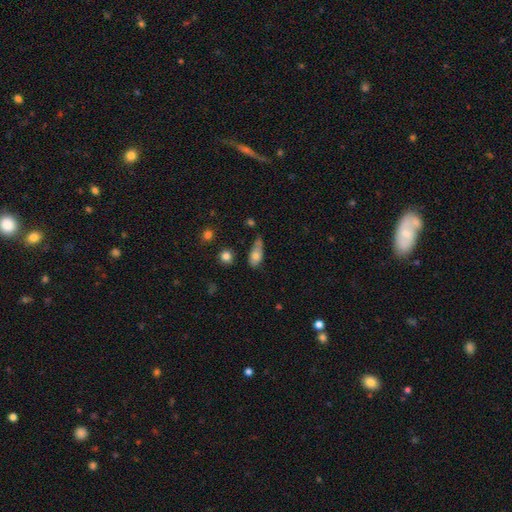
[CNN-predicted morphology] Smooth or featured? Predicted: smooth (p=0.72). How rounded? Predicted: in between (p=0.82). Merging? Predicted: minor disturbance (p=0.40).